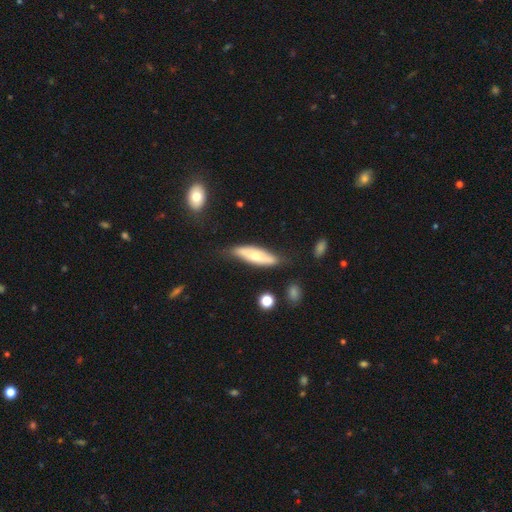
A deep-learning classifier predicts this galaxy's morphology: Smooth or featured? Predicted: smooth (p=0.53). How rounded? Predicted: cigar-shaped (p=0.51). Merging? Predicted: none (p=0.67).